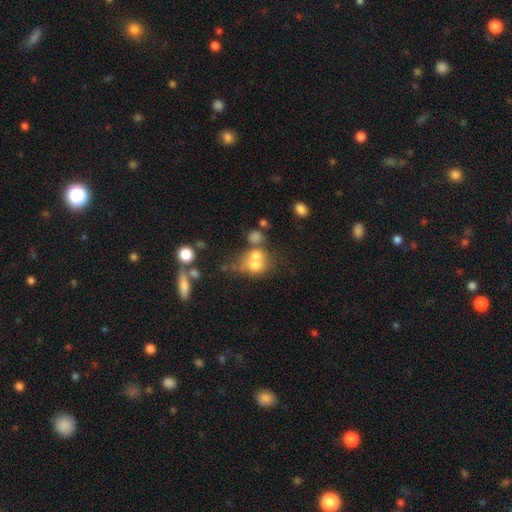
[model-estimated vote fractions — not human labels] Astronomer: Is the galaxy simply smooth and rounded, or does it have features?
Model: smooth — 63%.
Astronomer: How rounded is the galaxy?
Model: round — 61% (runner-up: in between, 38%).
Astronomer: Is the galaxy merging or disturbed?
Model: merger — 57%.